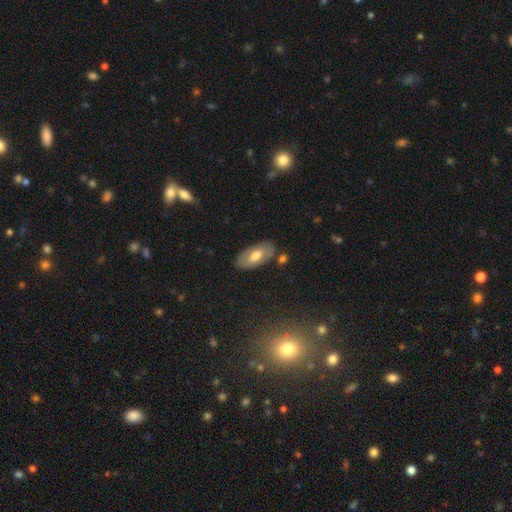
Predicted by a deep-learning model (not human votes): Morphology: type=smooth (56%); roundness=in between (92%); merging=none (81%).